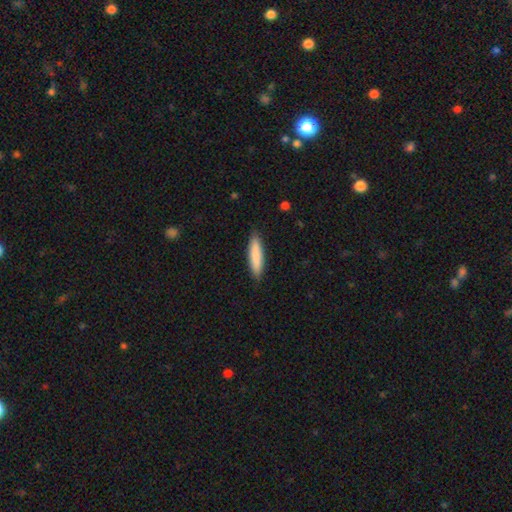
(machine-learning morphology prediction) A smooth galaxy with no disk features (85%) that is cigar-shaped (75%). Merging: none (87%).